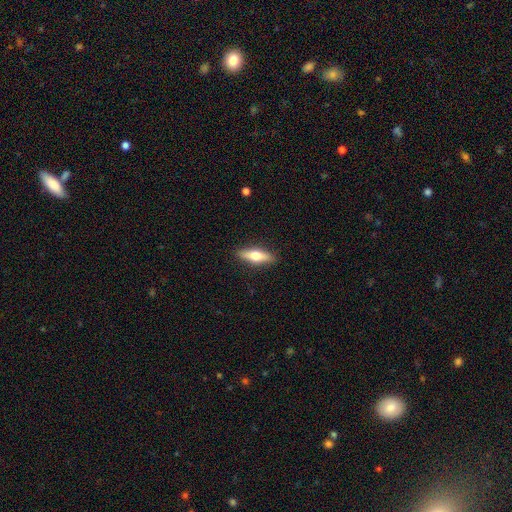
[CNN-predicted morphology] smooth-or-featured: smooth: 54% | featured or disk: 40% | star or artifact: 6%
  how-rounded: cigar-shaped: 54% | in between: 43% | round: 3%
  merging: none: 89% | minor disturbance: 8% | major disturbance: 2% | merger: 1%